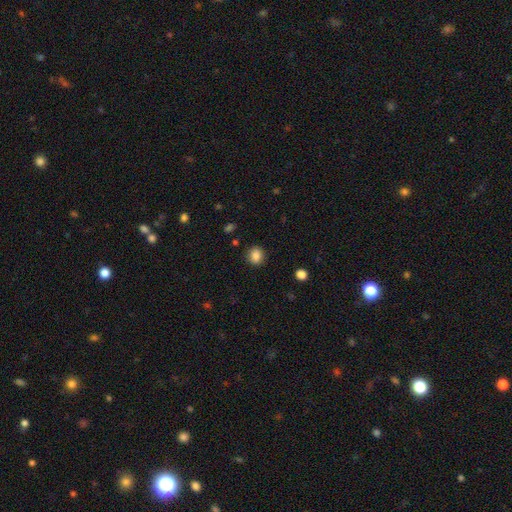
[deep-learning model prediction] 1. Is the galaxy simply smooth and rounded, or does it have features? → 85% smooth, 10% star or artifact, 5% featured or disk.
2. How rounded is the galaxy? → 81% round, 19% in between, 1% cigar-shaped.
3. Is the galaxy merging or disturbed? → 89% none, 7% minor disturbance, 2% major disturbance, 1% merger.